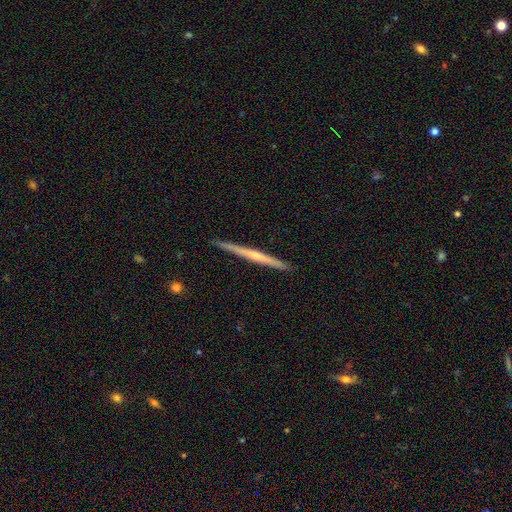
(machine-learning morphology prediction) smooth_or_featured: featured or disk (p=0.65) [alt: smooth p=0.29]
disk_edge_on: yes (p=0.98) [alt: no p=0.02]
edge_on_bulge: none (p=0.52) [alt: rounded p=0.42]
merging: none (p=0.91) [alt: minor disturbance p=0.07]